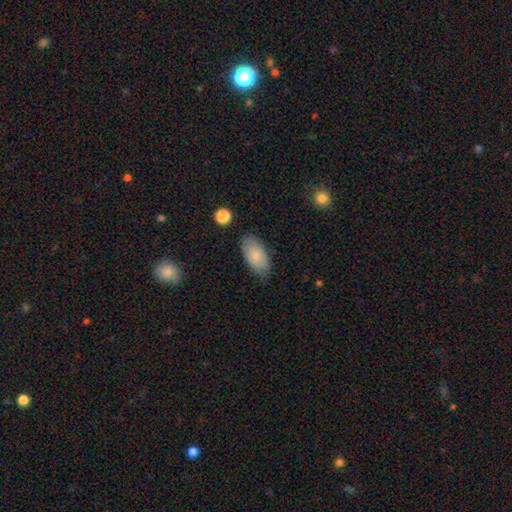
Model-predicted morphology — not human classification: Smooth or featured: smooth — 83% (featured or disk — 11%)
How rounded: in between — 93% (cigar-shaped — 4%)
Merging: none — 79% (minor disturbance — 16%)